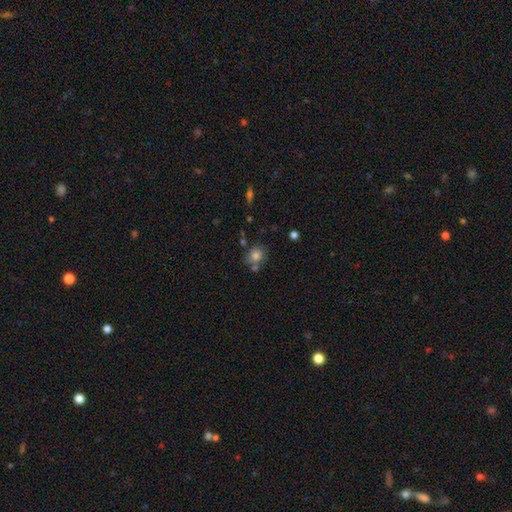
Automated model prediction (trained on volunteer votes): smooth_or_featured: smooth (p=0.78) [alt: star or artifact p=0.11]
how_rounded: round (p=0.69) [alt: in between p=0.30]
merging: none (p=0.65) [alt: minor disturbance p=0.15]